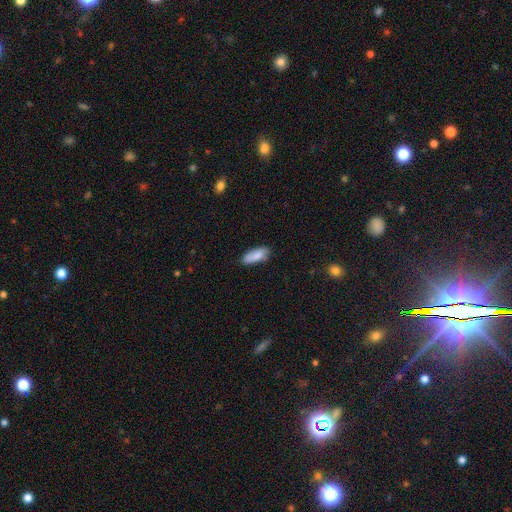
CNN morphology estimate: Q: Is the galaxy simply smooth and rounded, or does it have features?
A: smooth — 82%.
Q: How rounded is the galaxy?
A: in between — 75%.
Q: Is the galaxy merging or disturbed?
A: none — 76%.